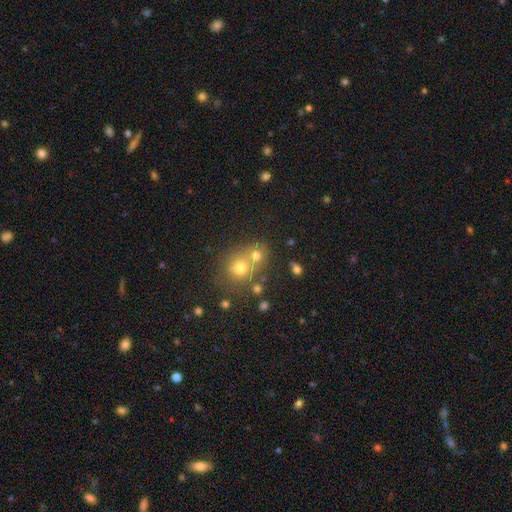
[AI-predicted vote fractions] A smooth galaxy with no disk features (68%) that is round (71%).

Vote fractions:
- Smooth or featured? smooth: 68% / star or artifact: 17% / featured or disk: 15%
- How rounded? round: 71% / in between: 28% / cigar-shaped: 1%
- Merging? merger: 50% / none: 38% / minor disturbance: 8% / major disturbance: 4%